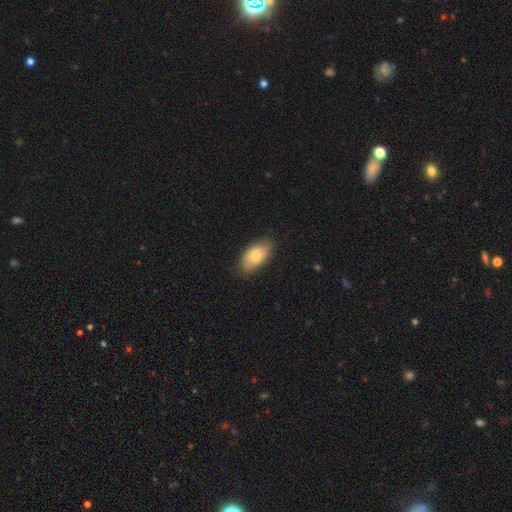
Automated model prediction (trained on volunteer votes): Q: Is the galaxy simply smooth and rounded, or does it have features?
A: smooth — 67%.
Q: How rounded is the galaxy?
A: in between — 93%.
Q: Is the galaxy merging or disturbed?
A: none — 78%.